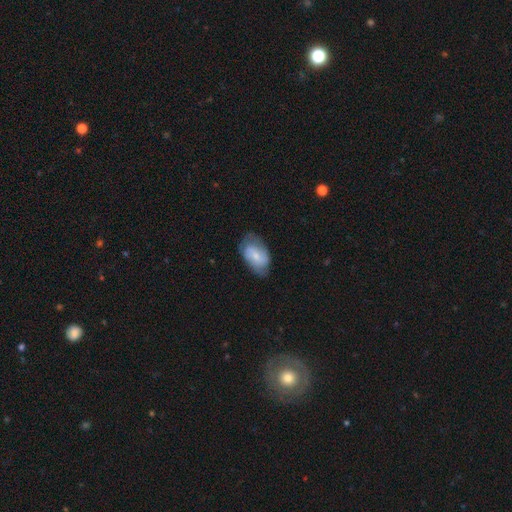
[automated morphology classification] smooth 47%, featured or disk 46%, star or artifact 7%. Down the decision tree: merging — none (67%).